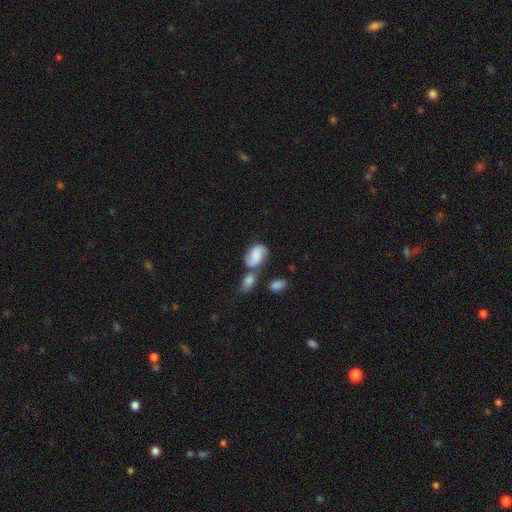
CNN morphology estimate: A featured or disk galaxy (55%) with no bar (55%), spiral arms (90%) and no central bulge (36%).

Vote fractions:
- Smooth or featured? featured or disk: 55% / smooth: 37% / star or artifact: 8%
- Edge-on disk? no: 97% / yes: 3%
- Bar? no: 55% / weak: 37% / strong: 8%
- Spiral arms? yes: 90% / no: 10%
- Bulge size? none: 36% / moderate: 26% / small: 24% / large: 11% / dominant: 3%
- Merging? none: 41% / merger: 36% / minor disturbance: 16% / major disturbance: 7%